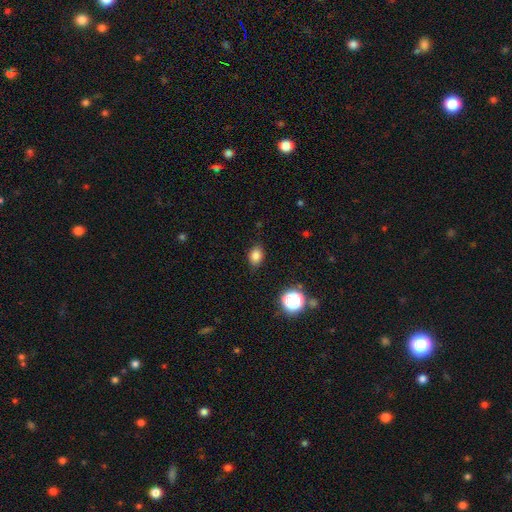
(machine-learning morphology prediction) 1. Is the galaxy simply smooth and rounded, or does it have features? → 81% smooth, 13% star or artifact, 6% featured or disk.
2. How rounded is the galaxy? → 69% in between, 30% round, 1% cigar-shaped.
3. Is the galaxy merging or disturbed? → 85% none, 11% minor disturbance, 3% major disturbance, 1% merger.